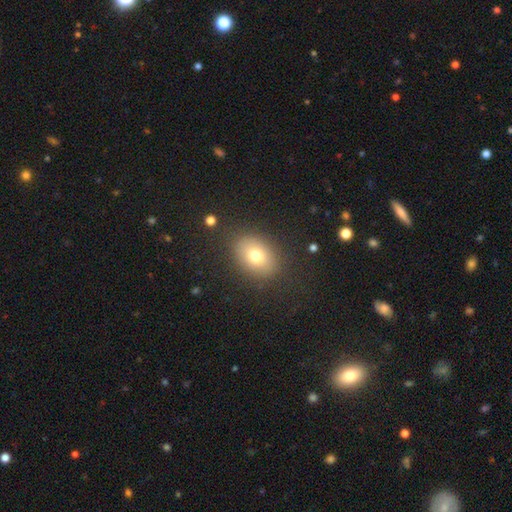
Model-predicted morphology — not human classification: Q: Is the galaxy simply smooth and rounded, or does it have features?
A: smooth — 74%.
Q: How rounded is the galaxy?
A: in between — 71%.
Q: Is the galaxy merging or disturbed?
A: none — 84%.